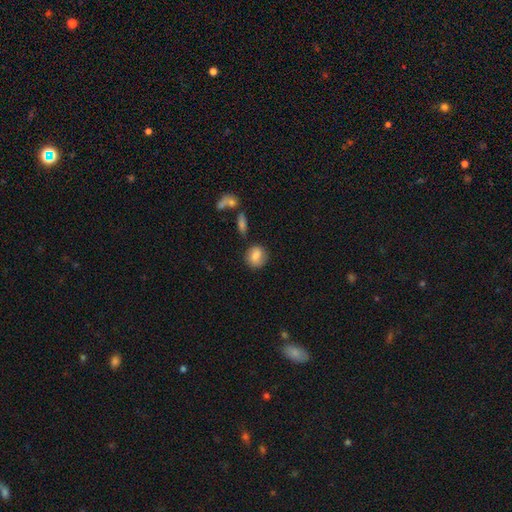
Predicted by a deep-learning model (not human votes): Q: Smooth or featured?
A: smooth (79%); runner-up: featured or disk (13%)
Q: How rounded?
A: round (68%); runner-up: in between (30%)
Q: Merging?
A: none (74%); runner-up: minor disturbance (17%)